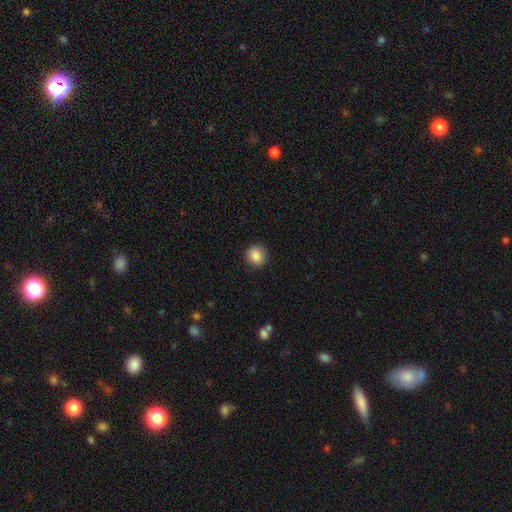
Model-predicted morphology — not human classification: smooth 86%, star or artifact 9%, featured or disk 5%. Down the decision tree: how rounded — round (85%); merging — none (89%).